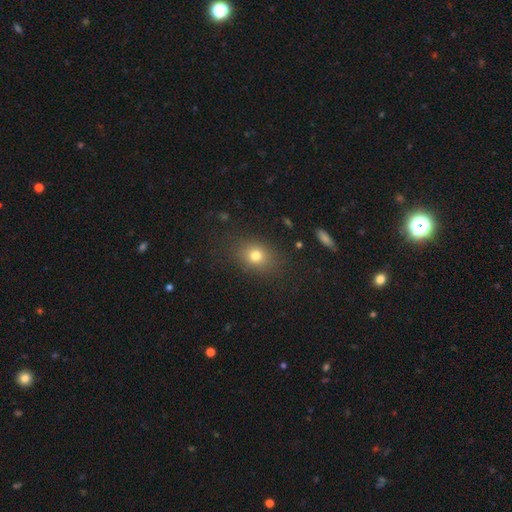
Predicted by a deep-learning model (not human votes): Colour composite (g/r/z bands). It shows a smooth galaxy with no disk features (76%) that is in between round and cigar-shaped (51%). Merging: none (83%).